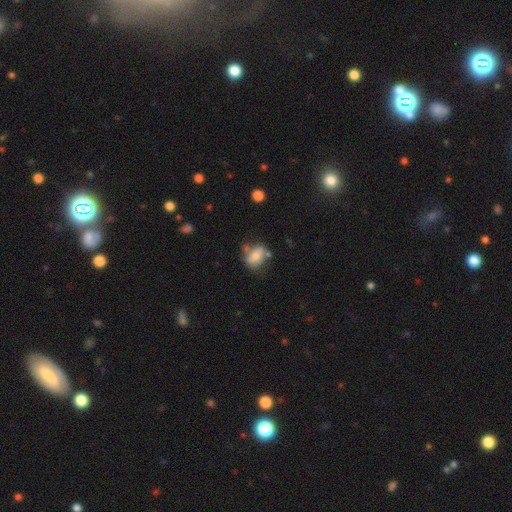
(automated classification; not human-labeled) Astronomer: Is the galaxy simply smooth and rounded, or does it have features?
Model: smooth — 67%.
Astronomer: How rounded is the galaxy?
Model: in between — 71%.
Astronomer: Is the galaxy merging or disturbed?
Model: none — 51%.